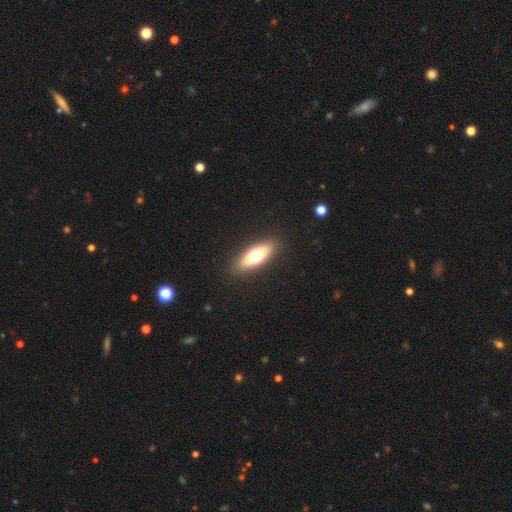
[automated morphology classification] The model was most divided on "how rounded": in between: 54%, cigar-shaped: 43%, round: 2%. More confident: merging — none (88%); smooth or featured — smooth (63%).